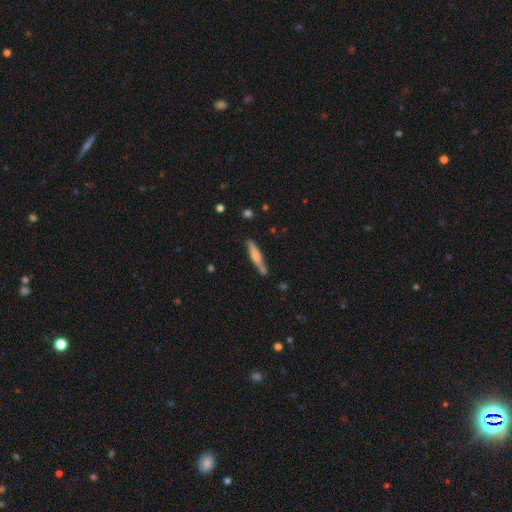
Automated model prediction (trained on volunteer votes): Smooth or featured? Predicted: smooth (p=0.59). How rounded? Predicted: cigar-shaped (p=0.91). Merging? Predicted: none (p=0.79).